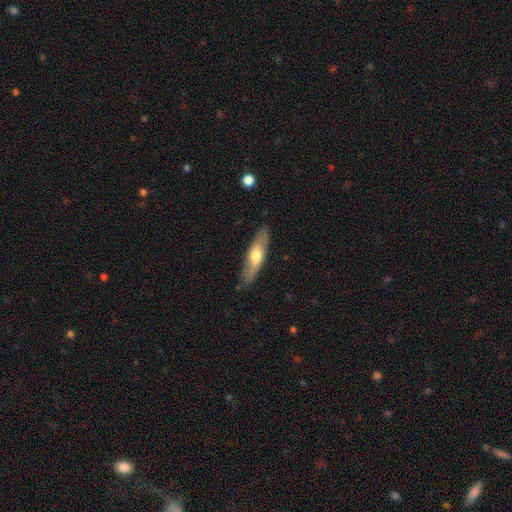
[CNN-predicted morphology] smooth-or-featured: smooth: 51% | featured or disk: 44% | star or artifact: 5%
  how-rounded: cigar-shaped: 66% | in between: 32% | round: 2%
  merging: none: 85% | minor disturbance: 12% | major disturbance: 2% | merger: 1%